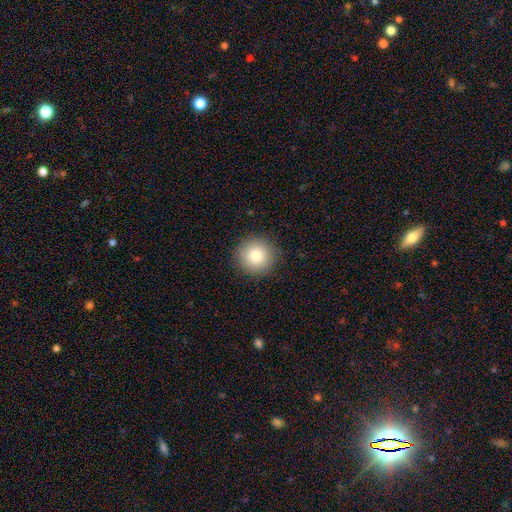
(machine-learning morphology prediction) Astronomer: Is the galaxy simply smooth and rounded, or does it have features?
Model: smooth — 83%.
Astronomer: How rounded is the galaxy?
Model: round — 94%.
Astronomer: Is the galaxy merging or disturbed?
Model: none — 90%.